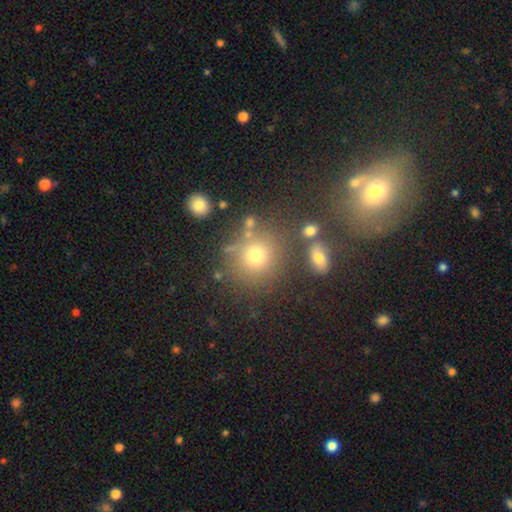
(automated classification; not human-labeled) Smooth or featured: smooth — 69% (star or artifact — 19%)
How rounded: round — 88% (in between — 10%)
Merging: none — 74% (minor disturbance — 11%)